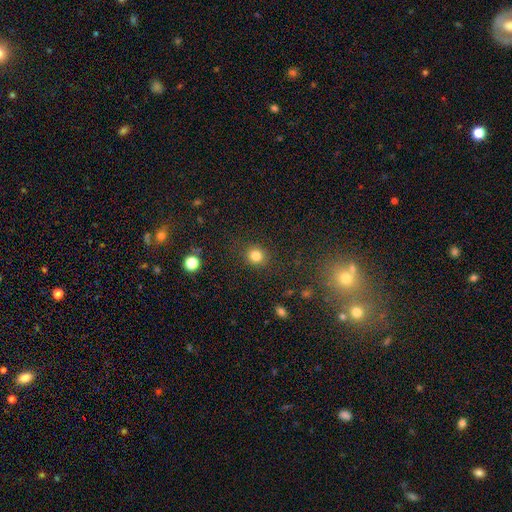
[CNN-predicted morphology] The model was most divided on "smooth or featured": smooth: 82%, star or artifact: 13%, featured or disk: 5%. More confident: merging — none (88%); how rounded — round (86%).